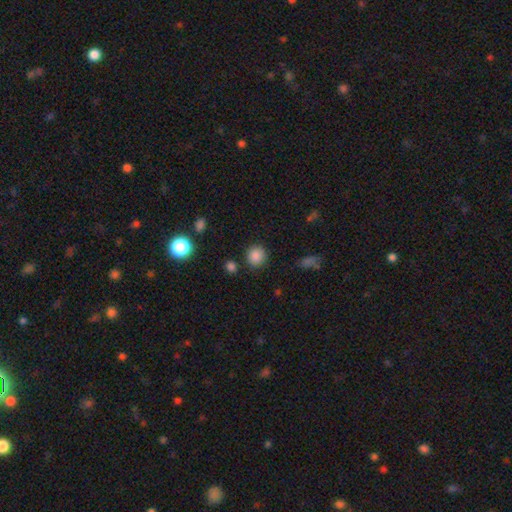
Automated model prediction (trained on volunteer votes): Smooth or featured? Predicted: smooth (p=0.86). How rounded? Predicted: round (p=0.88). Merging? Predicted: none (p=0.86).